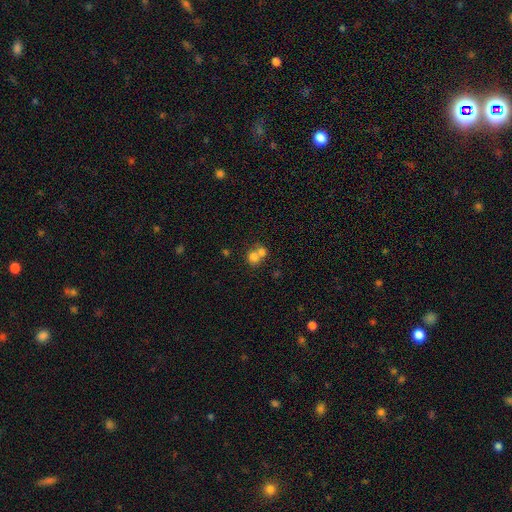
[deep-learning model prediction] This is likely a smooth galaxy (73%). How rounded: likely round (76%). Merging: likely merger (63%).